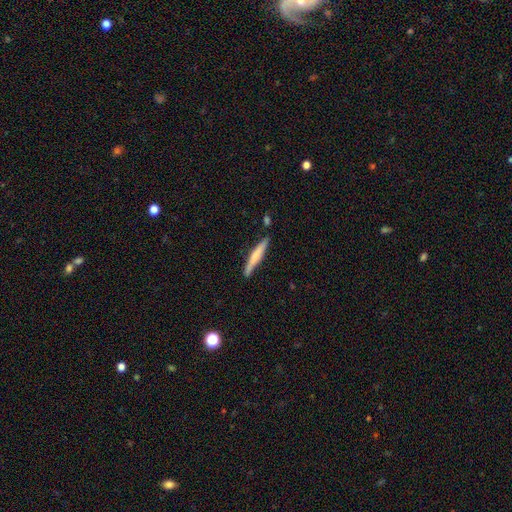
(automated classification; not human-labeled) This is possibly a smooth galaxy (57%). How rounded: clearly cigar-shaped (94%). Merging: clearly none (80%).